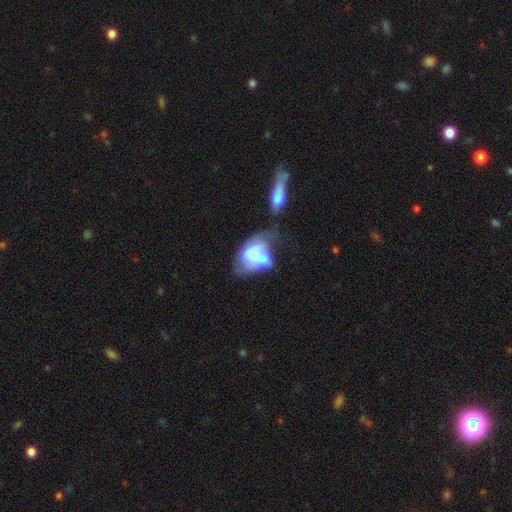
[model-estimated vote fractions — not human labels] A smooth galaxy with no disk features (51%) that is in between round and cigar-shaped (83%).

Vote fractions:
- Smooth or featured? smooth: 51% / featured or disk: 40% / star or artifact: 8%
- How rounded? in between: 83% / round: 14% / cigar-shaped: 2%
- Merging? merger: 47% / major disturbance: 25% / minor disturbance: 14% / none: 14%